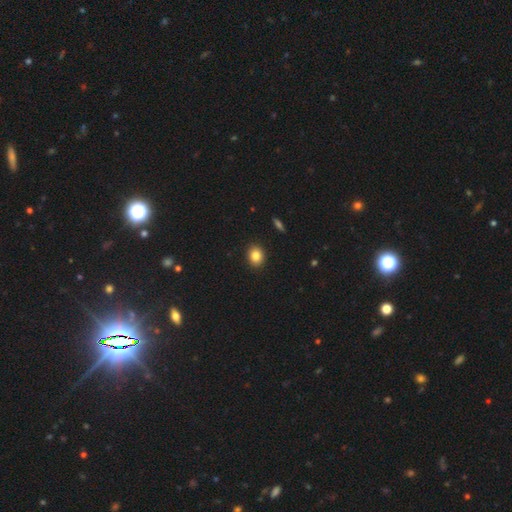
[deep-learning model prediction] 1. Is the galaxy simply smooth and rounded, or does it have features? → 85% smooth, 10% star or artifact, 6% featured or disk.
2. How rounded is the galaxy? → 57% round, 41% in between, 1% cigar-shaped.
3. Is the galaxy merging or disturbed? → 91% none, 6% minor disturbance, 2% major disturbance, 1% merger.